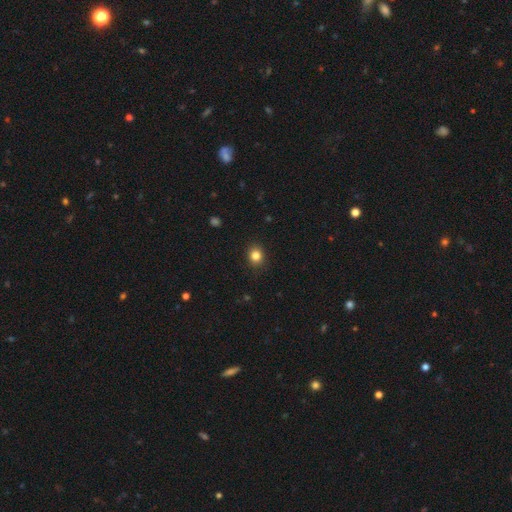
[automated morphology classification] Smooth or featured? smooth (83%)
How rounded? round (73%)
Merging? none (89%)